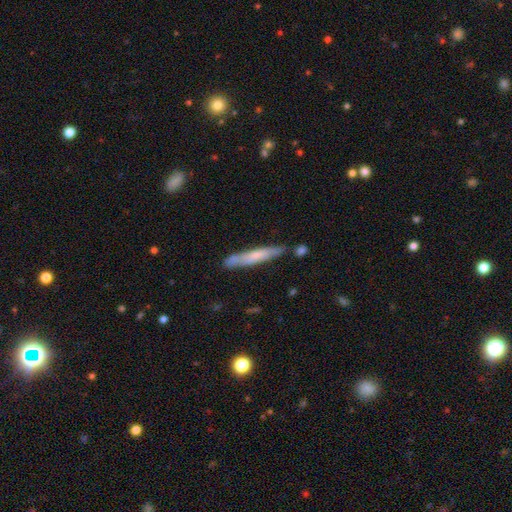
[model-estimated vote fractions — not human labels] This appears to be a smooth galaxy with no disk features (61%) that is cigar-shaped (93%). Merging: none (74%).